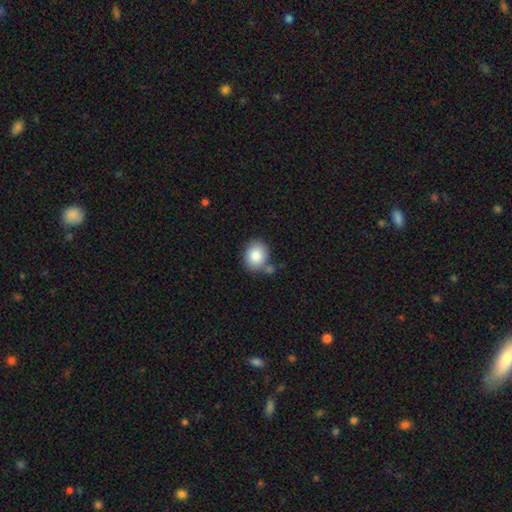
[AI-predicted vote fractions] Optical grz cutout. It shows a smooth galaxy with no disk features (84%) that is round (65%). Merging: none (68%).